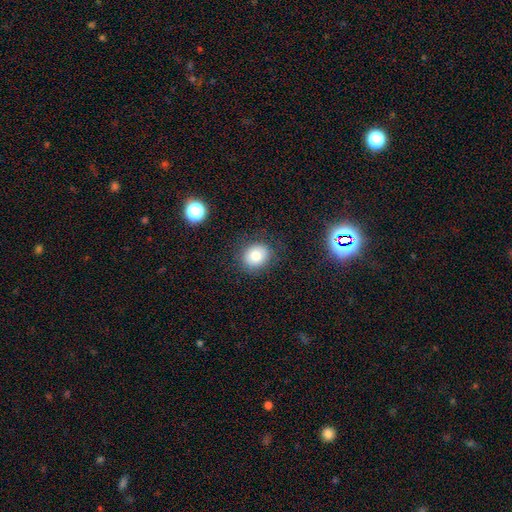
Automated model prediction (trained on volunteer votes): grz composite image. It shows a smooth galaxy with no disk features (77%) that is round (78%). Merging: none (85%).